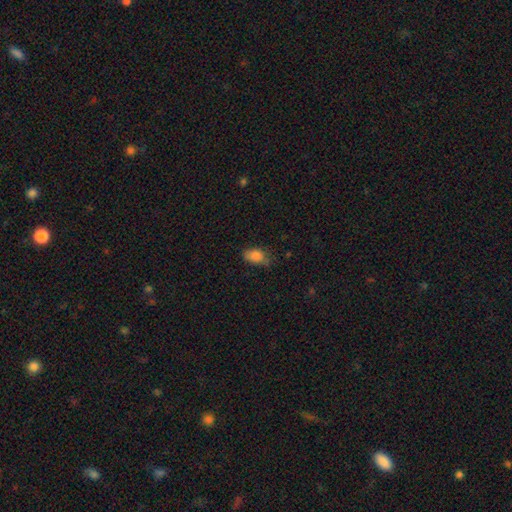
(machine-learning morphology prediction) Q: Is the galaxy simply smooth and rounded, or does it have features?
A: smooth — 84%.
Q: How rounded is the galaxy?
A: in between — 87%.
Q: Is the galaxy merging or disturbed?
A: none — 60%.